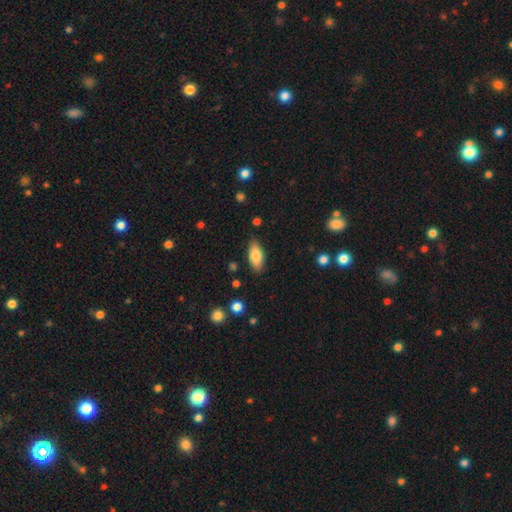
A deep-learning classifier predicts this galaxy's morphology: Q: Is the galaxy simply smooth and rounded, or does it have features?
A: smooth — 80%.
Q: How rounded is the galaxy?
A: in between — 86%.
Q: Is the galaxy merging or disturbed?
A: none — 85%.